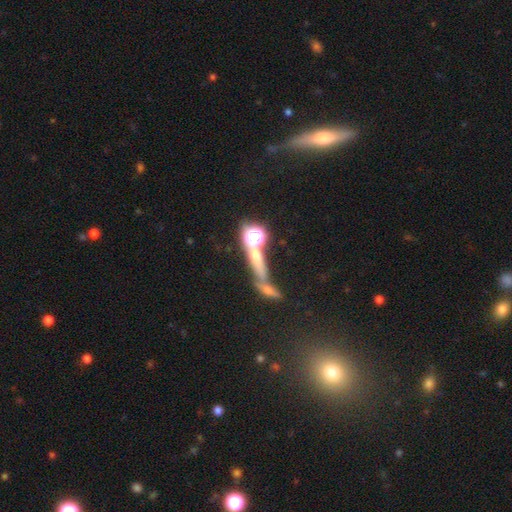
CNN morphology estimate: type=smooth (41%); merging=none (45%).